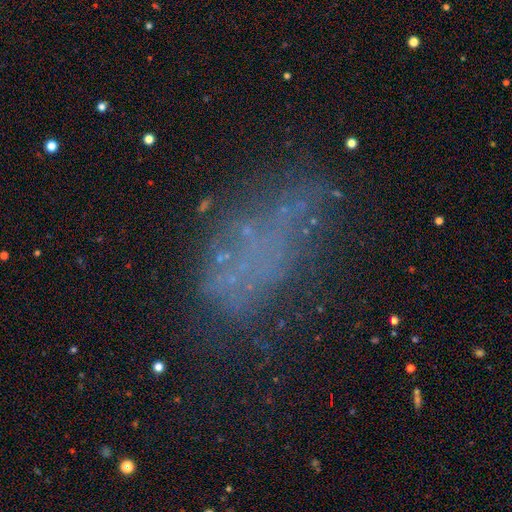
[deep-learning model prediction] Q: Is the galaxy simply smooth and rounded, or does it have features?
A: smooth — 39%.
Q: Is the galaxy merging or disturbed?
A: none — 48%.